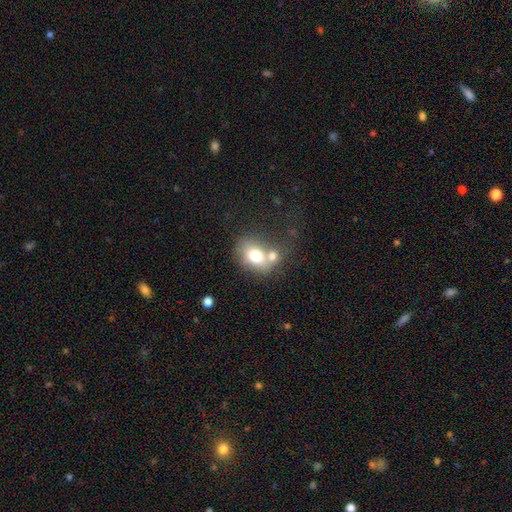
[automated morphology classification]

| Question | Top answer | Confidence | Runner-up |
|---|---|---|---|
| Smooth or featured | smooth | 71% | featured or disk (19%) |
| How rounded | in between | 66% | round (33%) |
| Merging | merger | 47% | none (34%) |